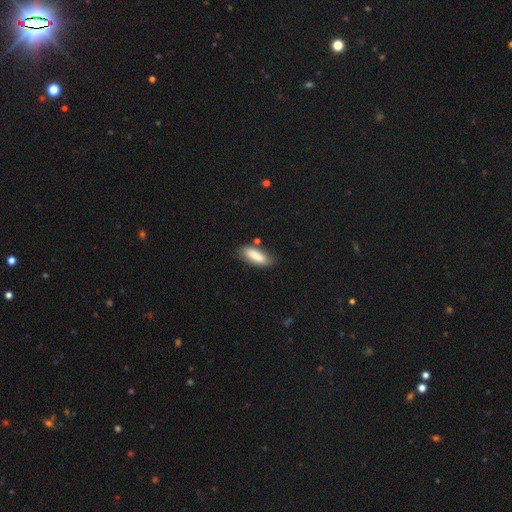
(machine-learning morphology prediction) smooth 84%, featured or disk 10%, star or artifact 7%. Down the decision tree: how rounded — in between (56%); merging — none (73%).